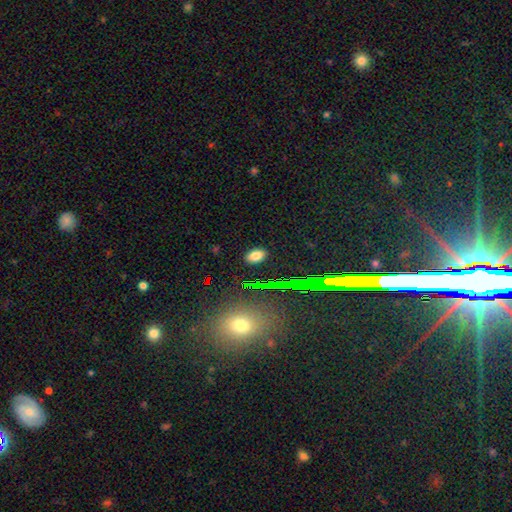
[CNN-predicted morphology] Smooth or featured? Predicted: smooth (p=0.78). How rounded? Predicted: in between (p=0.87). Merging? Predicted: none (p=0.88).